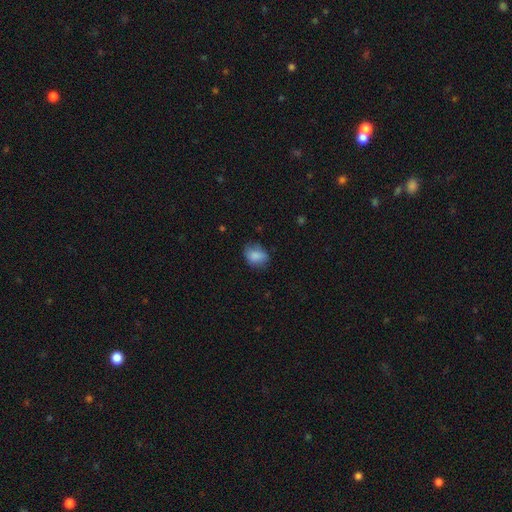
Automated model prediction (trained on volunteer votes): This appears to be a smooth galaxy with no disk features (83%) that is in between round and cigar-shaped (66%). Merging: none (65%).